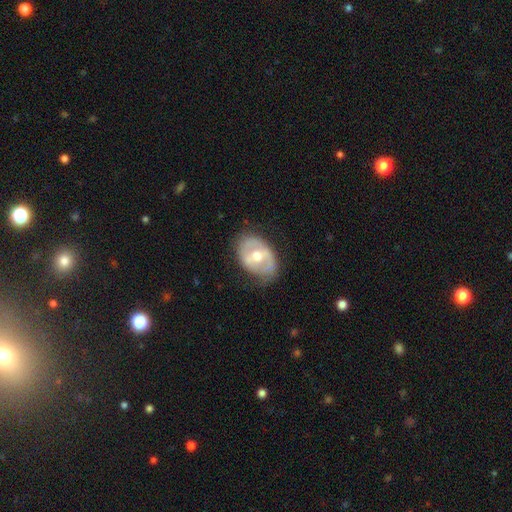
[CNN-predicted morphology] Q: Smooth or featured?
A: featured or disk (58%); runner-up: smooth (36%)
Q: Edge-on disk?
A: no (93%); runner-up: yes (7%)
Q: Bar?
A: no (42%); runner-up: weak (37%)
Q: Spiral arms?
A: no (66%); runner-up: yes (34%)
Q: Bulge size?
A: moderate (75%); runner-up: small (15%)
Q: Merging?
A: none (70%); runner-up: minor disturbance (22%)